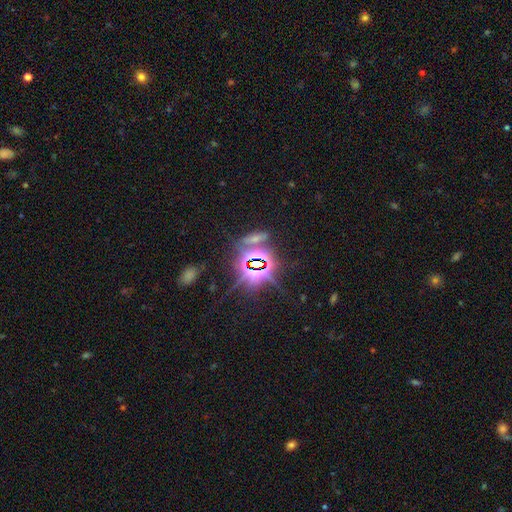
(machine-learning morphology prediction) Smooth or featured? star or artifact (83%)